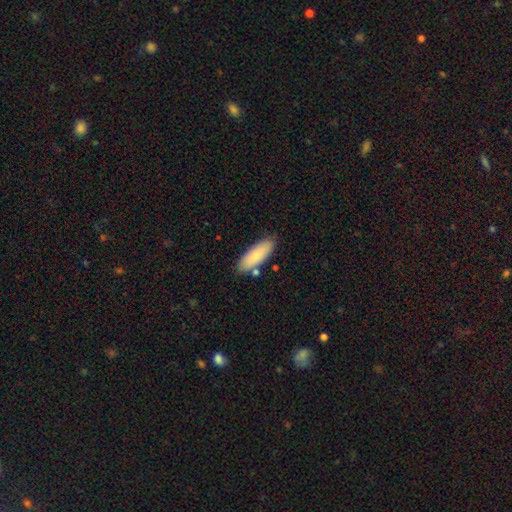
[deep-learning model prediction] Smooth or featured? Predicted: smooth (p=0.82). How rounded? Predicted: in between (p=0.65). Merging? Predicted: none (p=0.80).